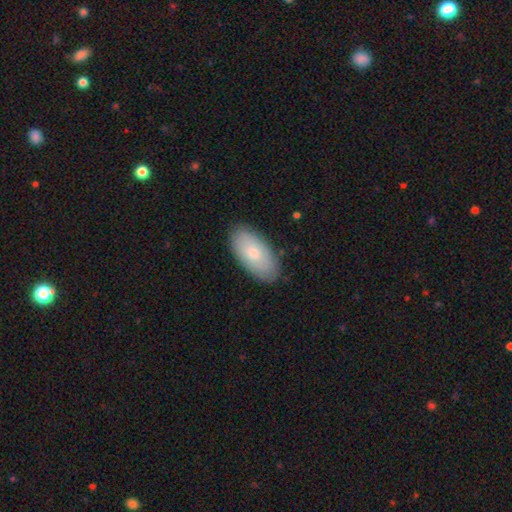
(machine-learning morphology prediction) This is likely a smooth galaxy (76%). How rounded: clearly in between (94%). Merging: clearly none (86%).